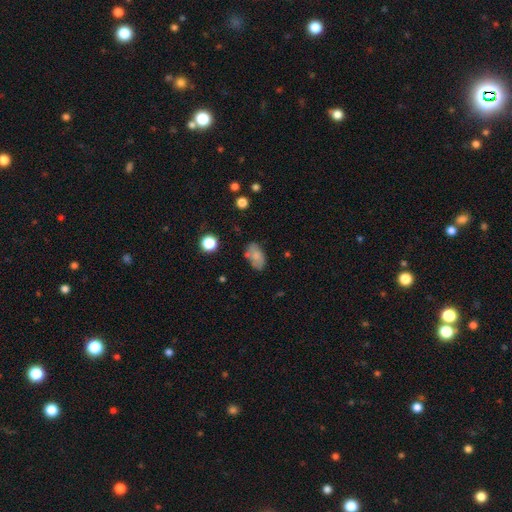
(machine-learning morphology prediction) Q: Smooth or featured?
A: smooth (77%); runner-up: featured or disk (14%)
Q: How rounded?
A: in between (91%); runner-up: round (7%)
Q: Merging?
A: none (64%); runner-up: minor disturbance (21%)